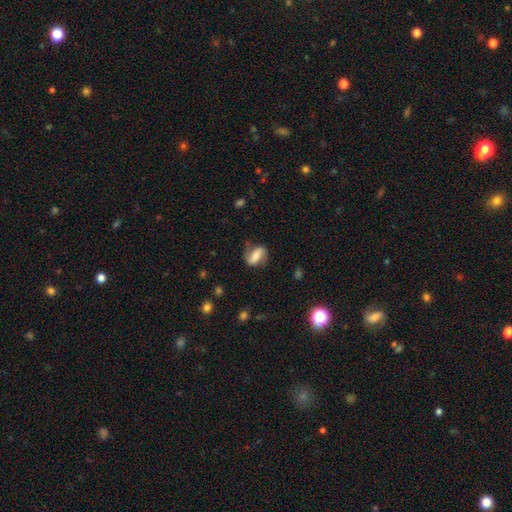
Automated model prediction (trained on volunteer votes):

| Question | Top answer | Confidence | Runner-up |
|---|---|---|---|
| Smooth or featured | featured or disk | 60% | smooth (33%) |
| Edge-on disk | no | 94% | yes (6%) |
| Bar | strong | 50% | weak (29%) |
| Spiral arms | yes | 86% | no (14%) |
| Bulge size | moderate | 37% | small (30%) |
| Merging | none | 70% | minor disturbance (19%) |